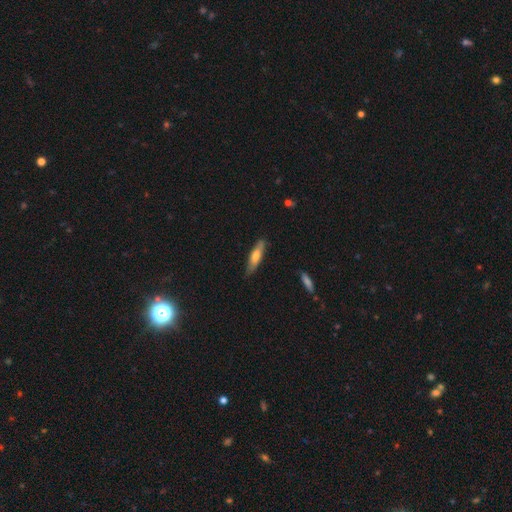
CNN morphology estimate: This is likely a smooth galaxy (62%). How rounded: likely cigar-shaped (69%). Merging: likely none (79%).